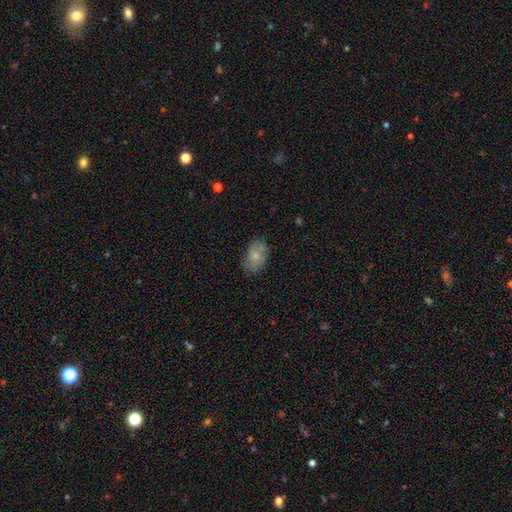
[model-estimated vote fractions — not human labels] Smooth or featured?
  - smooth: 75% *
  - featured or disk: 17%
  - star or artifact: 8%
How rounded?
  - in between: 87% *
  - round: 11%
  - cigar-shaped: 1%
Merging?
  - none: 76% *
  - minor disturbance: 18%
  - major disturbance: 4%
  - merger: 1%